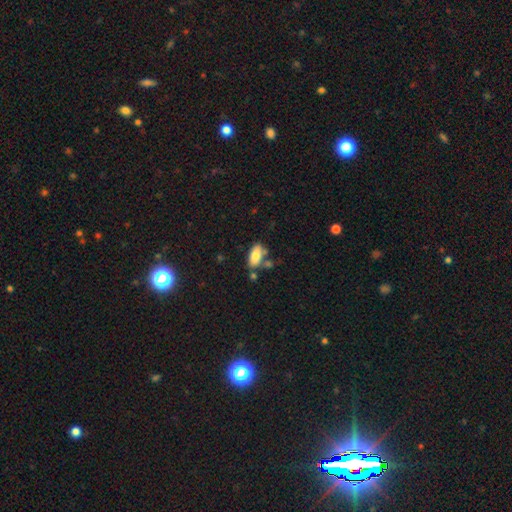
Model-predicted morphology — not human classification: A smooth galaxy with no disk features (83%) that is in between round and cigar-shaped (89%). Merging: none (61%).